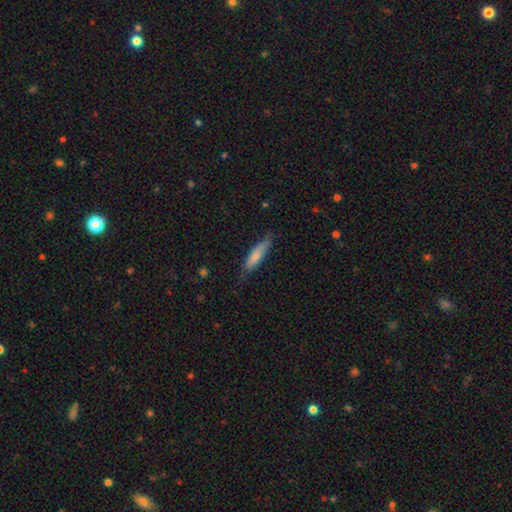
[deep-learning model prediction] A smooth galaxy with no disk features (72%) that is cigar-shaped (74%).

Vote fractions:
- Smooth or featured? smooth: 72% / featured or disk: 23% / star or artifact: 6%
- How rounded? cigar-shaped: 74% / in between: 25% / round: 1%
- Merging? none: 70% / minor disturbance: 24% / major disturbance: 5% / merger: 1%